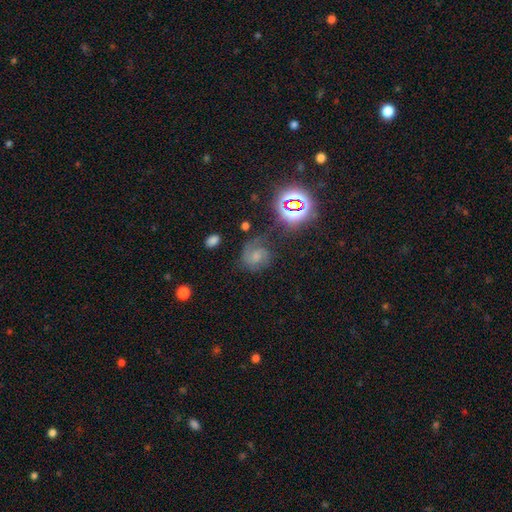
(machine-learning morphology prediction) A featured or disk galaxy (49%).

Vote fractions:
- Smooth or featured? featured or disk: 49% / smooth: 31% / star or artifact: 20%
- Merging? none: 50% / minor disturbance: 23% / major disturbance: 23% / merger: 4%